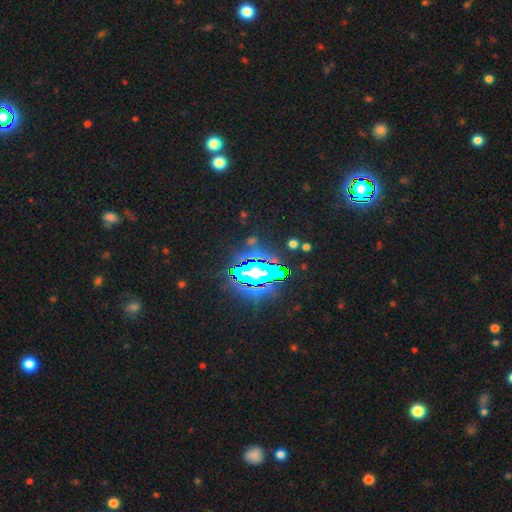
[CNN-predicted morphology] Overall: star or artifact (83%).